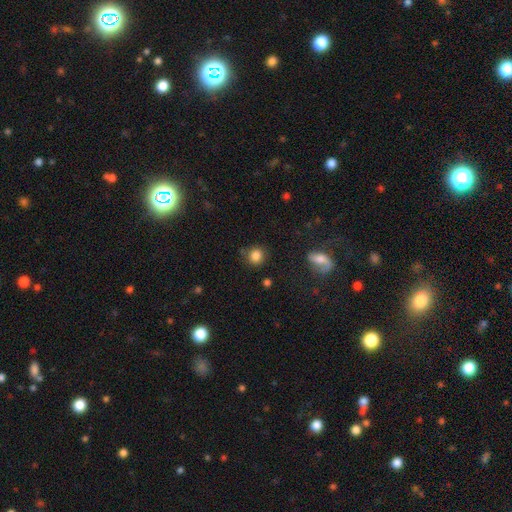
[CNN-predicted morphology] A smooth galaxy with no disk features (83%) that is round (83%). Merging: none (77%).